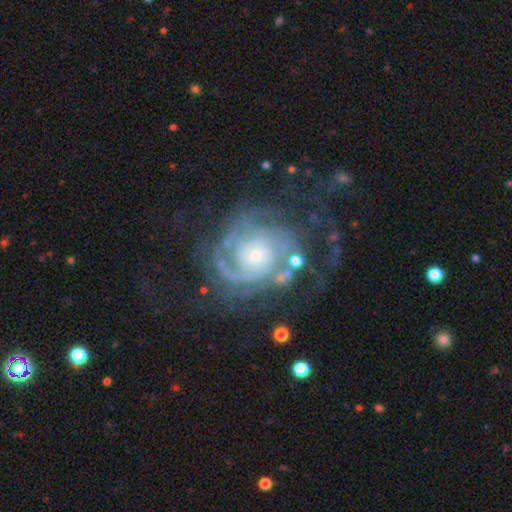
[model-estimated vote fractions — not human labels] Smooth or featured? featured or disk (88%)
Edge-on disk? no (98%)
Bar? no (76%)
Spiral arms? yes (96%)
Spiral winding? tight (66%)
Spiral arm count? can't tell (29%)
Bulge size? small (64%)
Merging? none (59%)